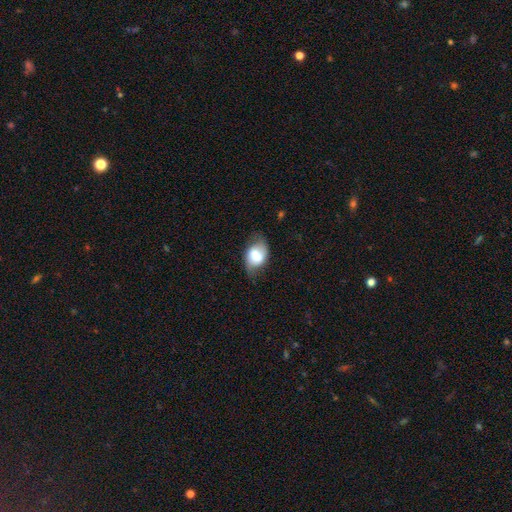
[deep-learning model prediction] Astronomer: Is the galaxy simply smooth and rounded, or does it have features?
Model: smooth — 56% (runner-up: featured or disk, 36%).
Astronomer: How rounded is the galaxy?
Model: in between — 78%.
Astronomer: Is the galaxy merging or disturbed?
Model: none — 68%.